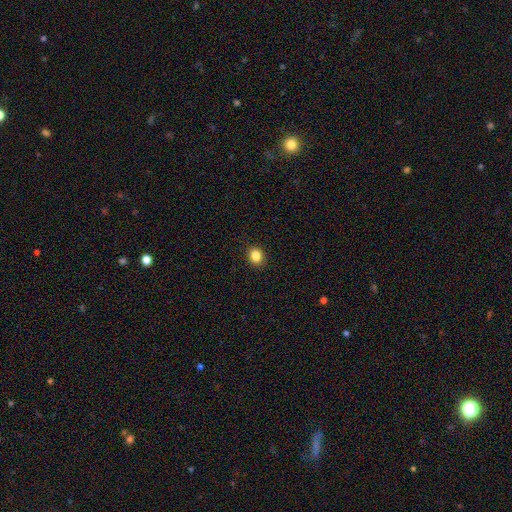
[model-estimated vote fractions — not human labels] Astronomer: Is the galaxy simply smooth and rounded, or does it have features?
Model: smooth — 85%.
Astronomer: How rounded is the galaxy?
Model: round — 63%.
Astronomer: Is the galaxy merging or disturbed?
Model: none — 91%.